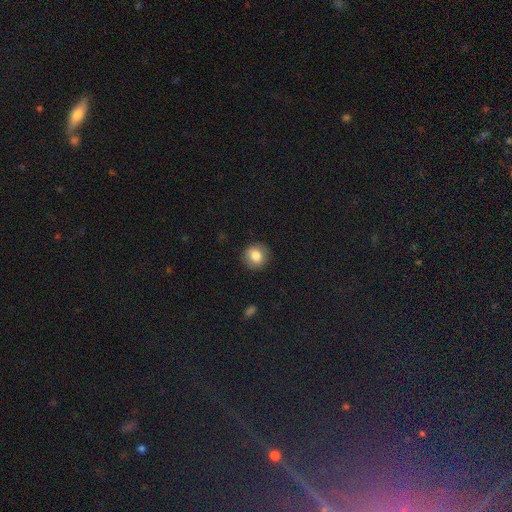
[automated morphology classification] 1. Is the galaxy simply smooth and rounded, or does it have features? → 82% smooth, 9% featured or disk, 9% star or artifact.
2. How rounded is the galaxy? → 89% round, 10% in between, 1% cigar-shaped.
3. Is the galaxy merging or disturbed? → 89% none, 8% minor disturbance, 2% major disturbance, 1% merger.